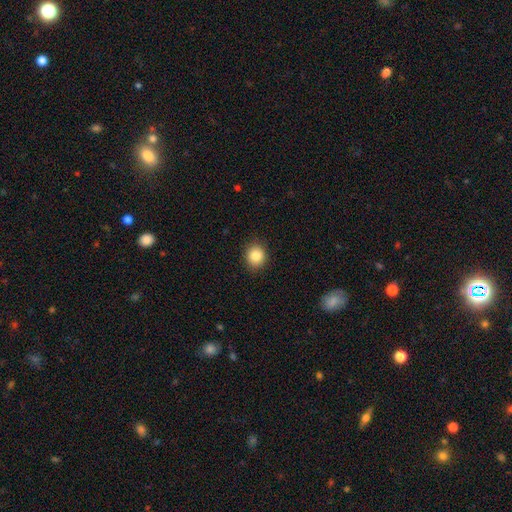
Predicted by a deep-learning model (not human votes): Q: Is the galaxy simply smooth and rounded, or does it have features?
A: smooth — 86%.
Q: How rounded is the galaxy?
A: round — 76%.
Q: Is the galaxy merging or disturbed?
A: none — 89%.